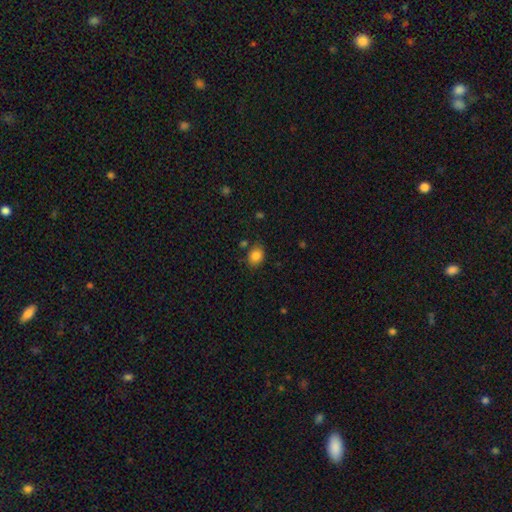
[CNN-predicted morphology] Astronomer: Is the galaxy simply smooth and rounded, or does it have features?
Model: smooth — 85%.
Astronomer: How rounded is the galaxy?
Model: in between — 64%.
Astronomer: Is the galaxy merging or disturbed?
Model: none — 76%.